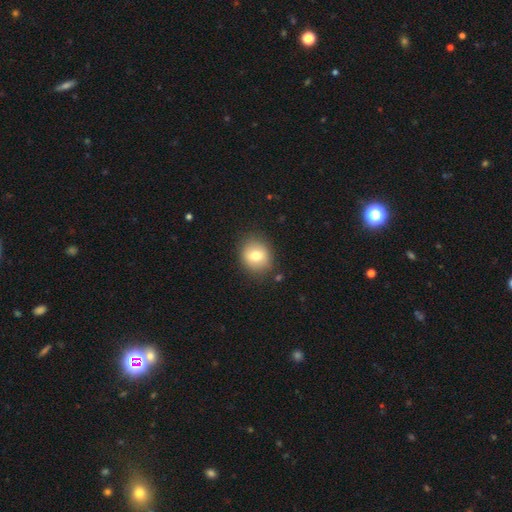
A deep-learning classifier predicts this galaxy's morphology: Overall: smooth (76%). How rounded: round (74%). Merging: none (85%).